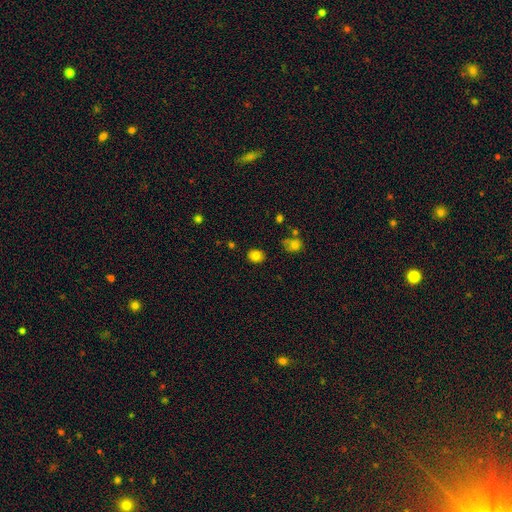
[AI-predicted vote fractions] smooth 80%, star or artifact 11%, featured or disk 8%. Down the decision tree: how rounded — round (60%); merging — none (82%).